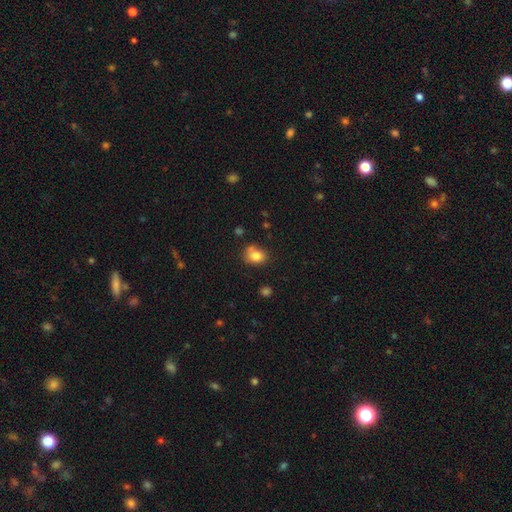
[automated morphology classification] Smooth or featured?
  - smooth: 81% *
  - star or artifact: 10%
  - featured or disk: 9%
How rounded?
  - round: 53% *
  - in between: 46%
  - cigar-shaped: 1%
Merging?
  - none: 60% *
  - minor disturbance: 20%
  - merger: 14%
  - major disturbance: 6%